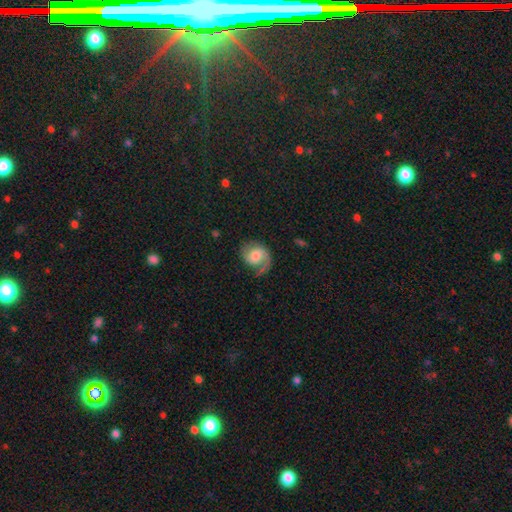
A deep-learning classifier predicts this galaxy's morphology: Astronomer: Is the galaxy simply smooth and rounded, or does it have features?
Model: featured or disk — 76%.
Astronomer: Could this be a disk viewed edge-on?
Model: no — 98%.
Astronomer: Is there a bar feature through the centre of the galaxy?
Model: no — 57% (runner-up: weak, 36%).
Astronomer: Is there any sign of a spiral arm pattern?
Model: yes — 95%.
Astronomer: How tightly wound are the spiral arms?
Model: medium — 46% (runner-up: tight, 27%).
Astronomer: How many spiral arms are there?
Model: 2 — 61%.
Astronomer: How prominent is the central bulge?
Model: moderate — 52%.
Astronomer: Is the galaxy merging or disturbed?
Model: none — 61%.